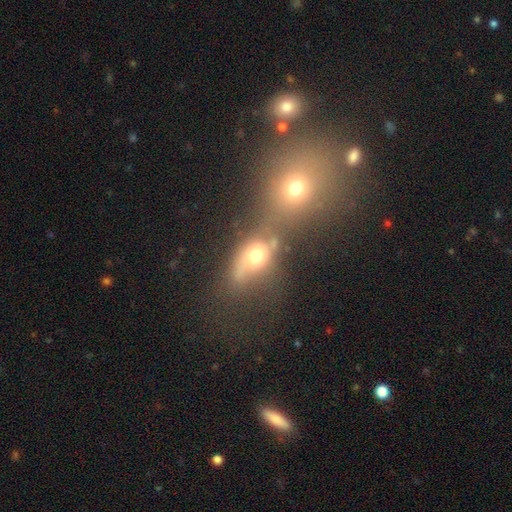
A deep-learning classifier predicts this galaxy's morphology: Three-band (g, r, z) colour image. It shows a smooth galaxy with no disk features (63%) that is in between round and cigar-shaped (51%). Merging: merger (53%).